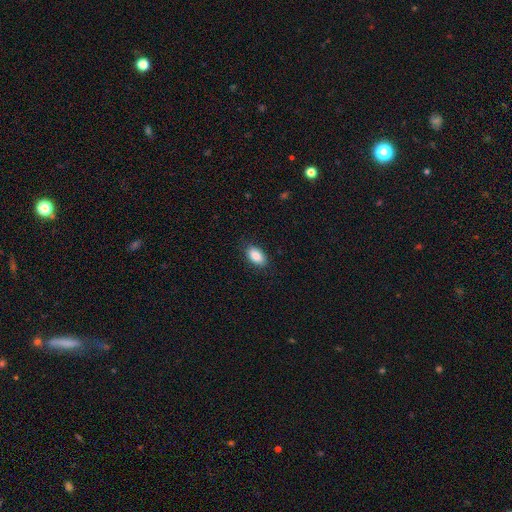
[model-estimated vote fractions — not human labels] This is clearly a smooth galaxy (88%). How rounded: clearly in between (93%). Merging: clearly none (86%).